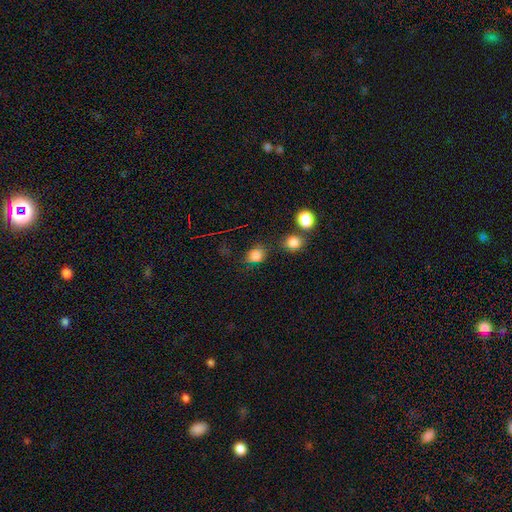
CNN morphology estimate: This appears to be a smooth galaxy with no disk features (77%) that is round (59%). Merging: none (69%).